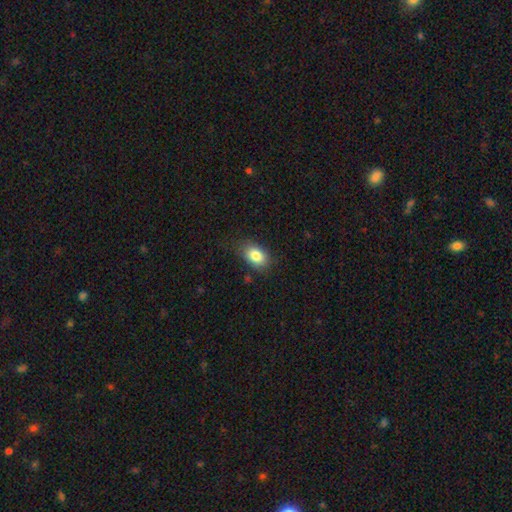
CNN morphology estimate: A smooth galaxy with no disk features (84%) that is in between round and cigar-shaped (85%).

Vote fractions:
- Smooth or featured? smooth: 84% / star or artifact: 8% / featured or disk: 8%
- How rounded? in between: 85% / round: 13% / cigar-shaped: 1%
- Merging? none: 77% / minor disturbance: 17% / major disturbance: 4% / merger: 1%